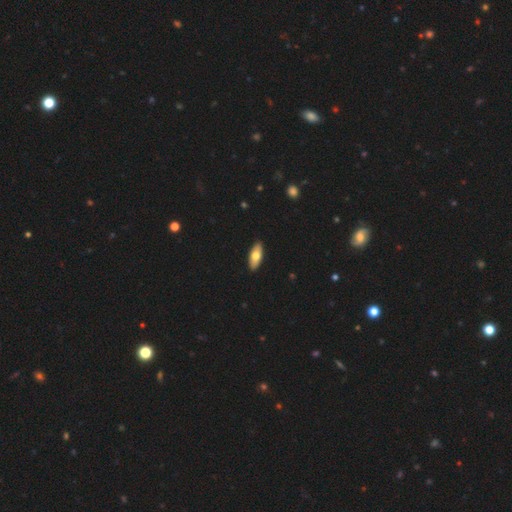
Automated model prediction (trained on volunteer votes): smooth-or-featured: smooth: 70% | featured or disk: 25% | star or artifact: 5%
  how-rounded: in between: 79% | cigar-shaped: 19% | round: 2%
  merging: none: 91% | minor disturbance: 7% | major disturbance: 1% | merger: 1%